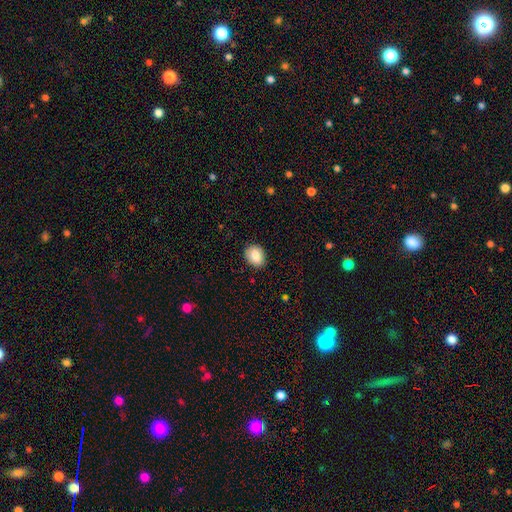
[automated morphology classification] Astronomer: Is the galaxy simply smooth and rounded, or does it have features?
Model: smooth — 86%.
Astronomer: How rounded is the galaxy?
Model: in between — 60% (runner-up: round, 39%).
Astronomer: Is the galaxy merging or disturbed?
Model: none — 87%.